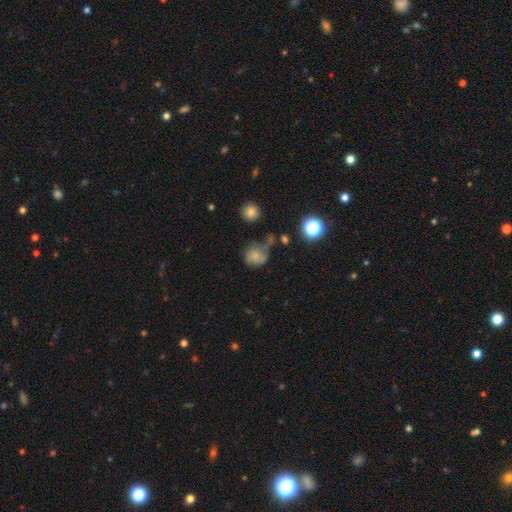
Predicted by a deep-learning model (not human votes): Smooth or featured? Predicted: smooth (p=0.58). How rounded? Predicted: round (p=0.74). Merging? Predicted: none (p=0.40).